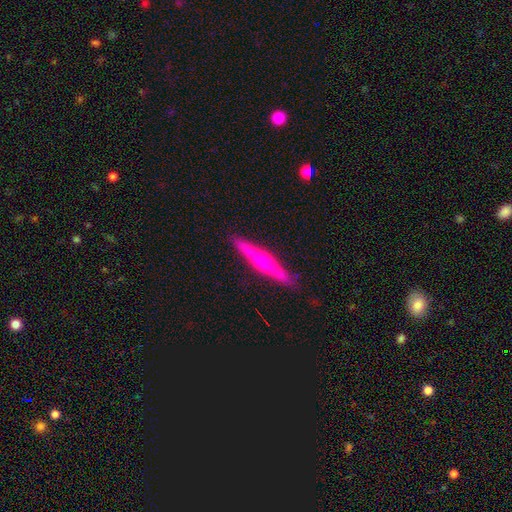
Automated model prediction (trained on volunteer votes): featured or disk 63%, smooth 30%, star or artifact 7%. Down the decision tree: edge-on disk — yes (97%); edge-on bulge — rounded (67%); merging — none (91%).